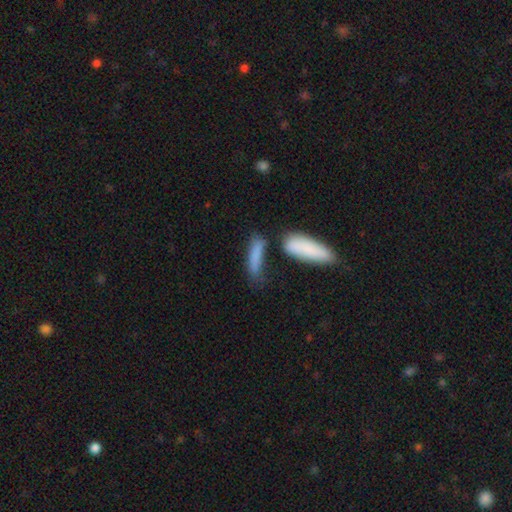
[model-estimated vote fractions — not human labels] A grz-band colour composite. It shows a smooth galaxy with no disk features (79%) that is cigar-shaped (75%). Merging: none (53%).